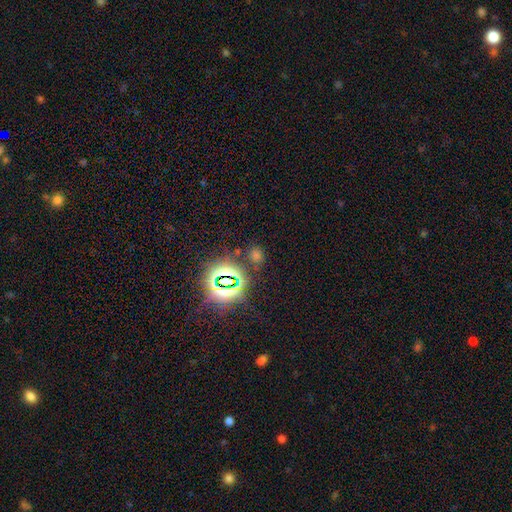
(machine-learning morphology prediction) Smooth or featured? Predicted: star or artifact (p=0.61).